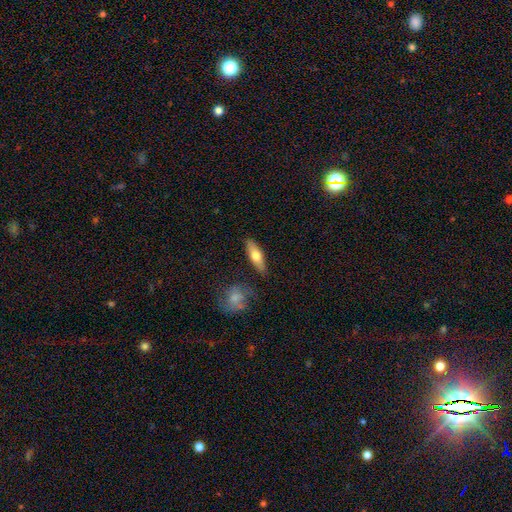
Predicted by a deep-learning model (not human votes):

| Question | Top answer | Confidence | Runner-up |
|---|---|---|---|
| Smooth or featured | smooth | 64% | featured or disk (31%) |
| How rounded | in between | 51% | cigar-shaped (46%) |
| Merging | none | 84% | minor disturbance (11%) |